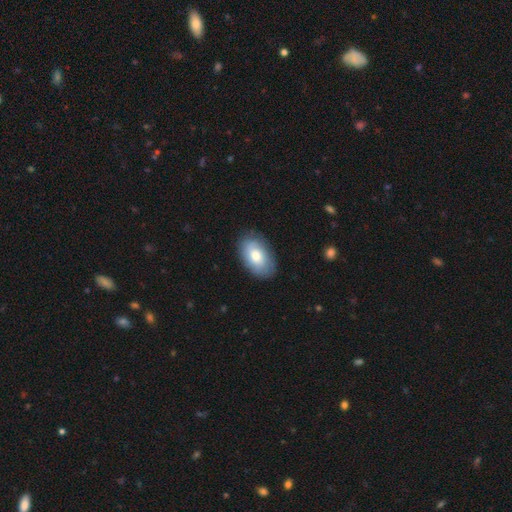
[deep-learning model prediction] A smooth galaxy with no disk features (73%) that is in between round and cigar-shaped (93%). Merging: none (84%).